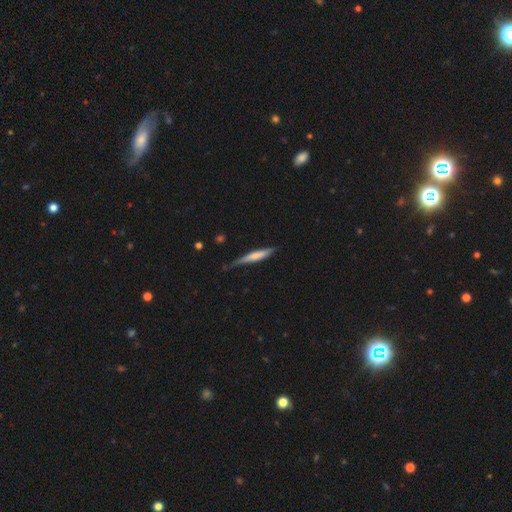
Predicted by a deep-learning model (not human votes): Smooth or featured? smooth (60%)
How rounded? cigar-shaped (92%)
Merging? none (65%)